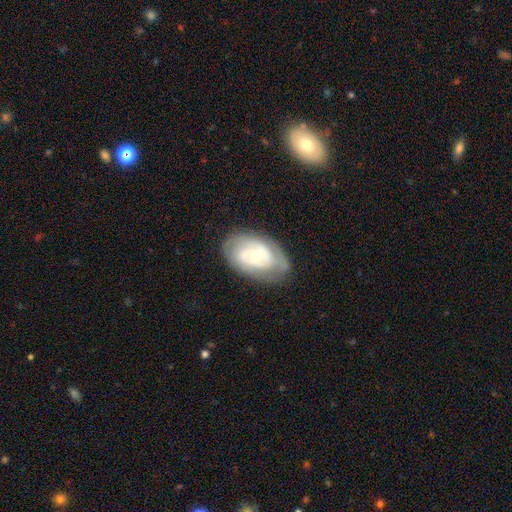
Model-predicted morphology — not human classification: type=featured or disk (67%); edge-on=no (94%); bar=no (75%); spiral arms=yes (71%); bulge=small (49%); merging=none (71%).